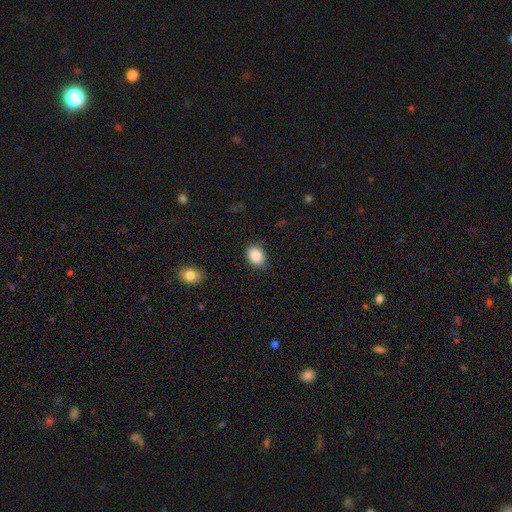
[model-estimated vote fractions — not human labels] This is clearly a smooth galaxy (87%). How rounded: likely in between (68%). Merging: clearly none (85%).